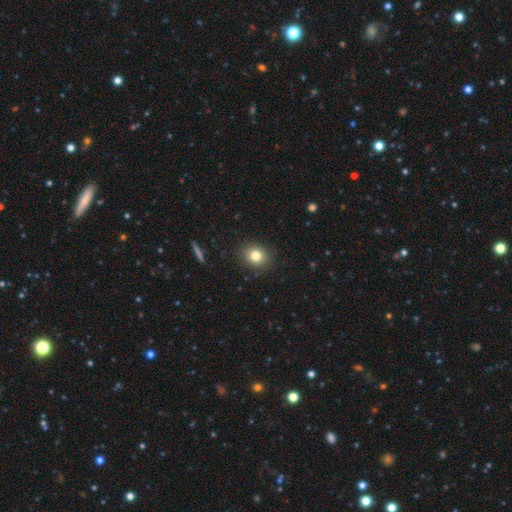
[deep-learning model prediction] smooth_or_featured: smooth (p=0.80) [alt: star or artifact p=0.12]
how_rounded: round (p=0.70) [alt: in between p=0.29]
merging: none (p=0.89) [alt: minor disturbance p=0.08]